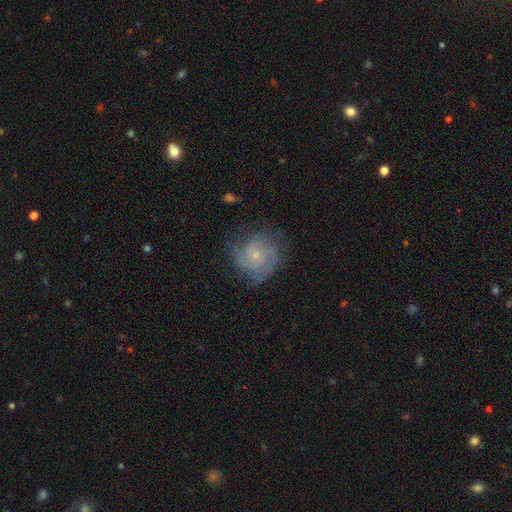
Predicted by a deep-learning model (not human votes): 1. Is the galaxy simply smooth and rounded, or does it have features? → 71% featured or disk, 21% smooth, 8% star or artifact.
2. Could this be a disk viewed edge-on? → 98% no, 2% yes.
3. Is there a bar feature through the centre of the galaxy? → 80% no, 18% weak, 2% strong.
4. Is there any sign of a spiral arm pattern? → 90% yes, 10% no.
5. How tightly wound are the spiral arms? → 50% tight, 37% medium, 13% loose.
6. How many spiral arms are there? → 32% can't tell, 27% 3, 19% 2, 11% 4, 6% 1, 5% more than 4.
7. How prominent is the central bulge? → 77% small, 17% moderate, 4% none, 1% large, 1% dominant.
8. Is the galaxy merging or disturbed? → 63% none, 23% minor disturbance, 13% major disturbance, 1% merger.